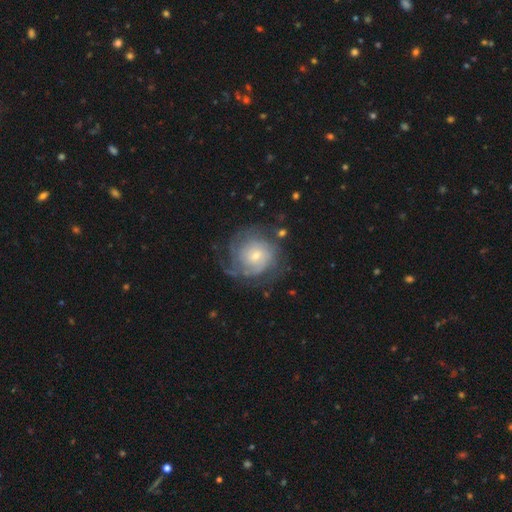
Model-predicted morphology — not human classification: Overall: featured or disk (75%). Edge-on disk: no (98%). Bar: no (72%). Spiral arms: yes (90%). Spiral arm count: can't tell (48%; 3 14%). Spiral winding: tight (63%; medium 26%). Bulge size: small (66%; moderate 28%). Merging: none (66%).